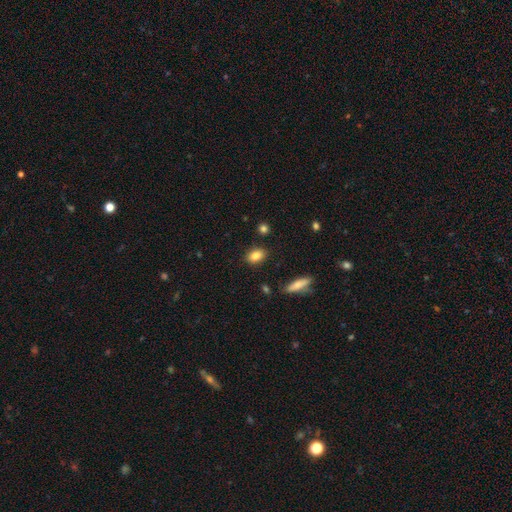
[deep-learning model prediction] Smooth or featured? smooth (85%)
How rounded? in between (80%)
Merging? none (86%)